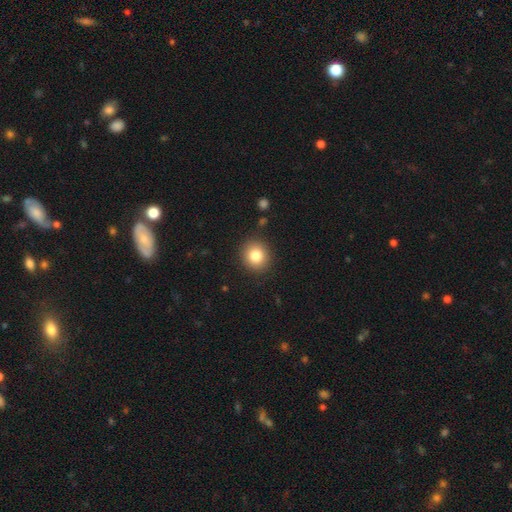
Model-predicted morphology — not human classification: smooth-or-featured: smooth: 82% | star or artifact: 10% | featured or disk: 8%
  how-rounded: round: 86% | in between: 13% | cigar-shaped: 1%
  merging: none: 89% | minor disturbance: 7% | major disturbance: 2% | merger: 1%